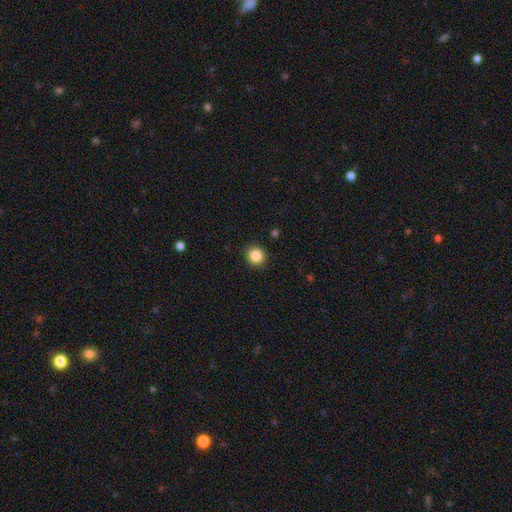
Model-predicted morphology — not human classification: The model was most divided on "smooth or featured": smooth: 86%, star or artifact: 10%, featured or disk: 4%. More confident: how rounded — round (93%); merging — none (92%).